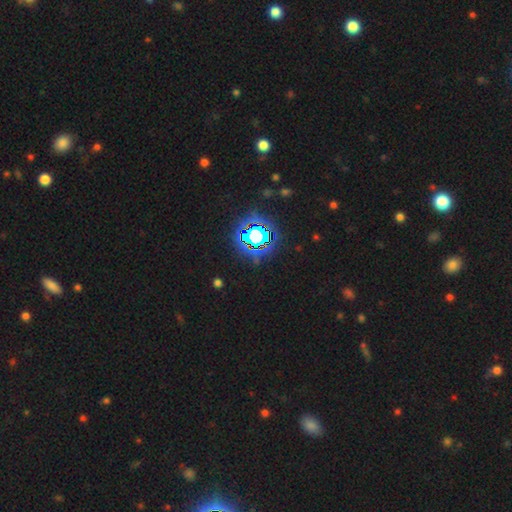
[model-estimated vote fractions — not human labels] Morphology: type=star or artifact (81%).